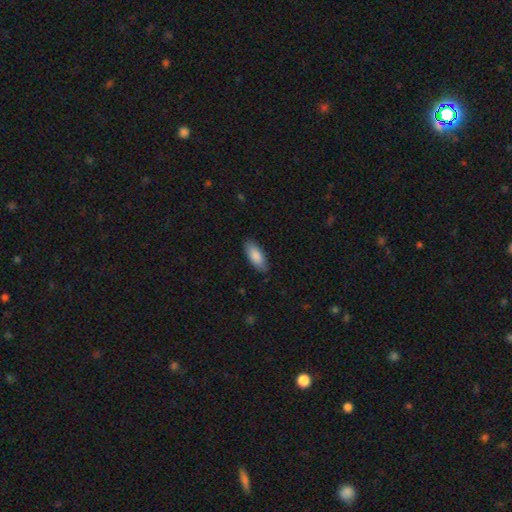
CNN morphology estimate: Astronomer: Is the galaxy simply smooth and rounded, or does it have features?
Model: smooth — 87%.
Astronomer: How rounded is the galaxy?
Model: in between — 80%.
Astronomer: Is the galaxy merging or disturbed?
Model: none — 85%.